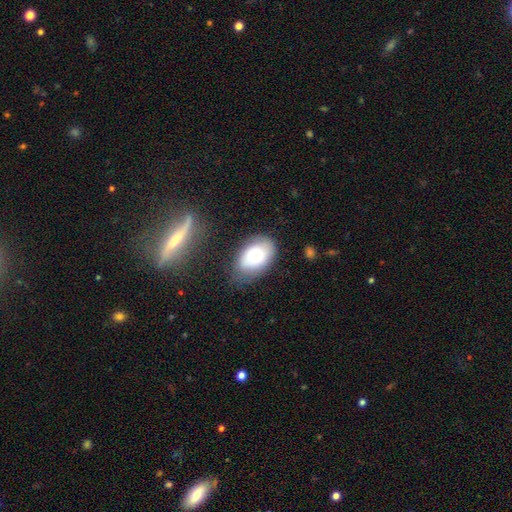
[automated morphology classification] type=smooth (69%); roundness=in between (87%); merging=none (68%).